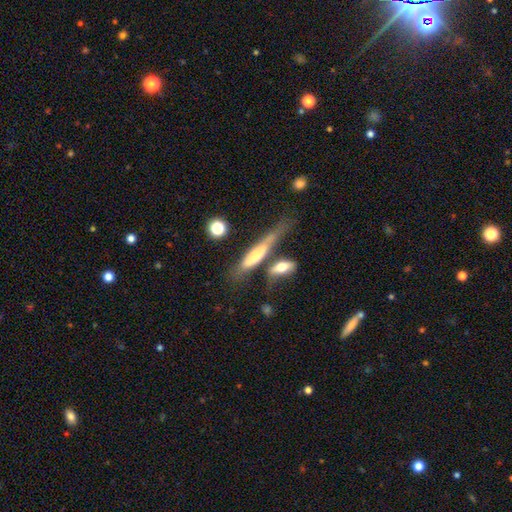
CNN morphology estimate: This is possibly a smooth galaxy (55%). How rounded: likely cigar-shaped (74%). Merging: marginally none (35%).